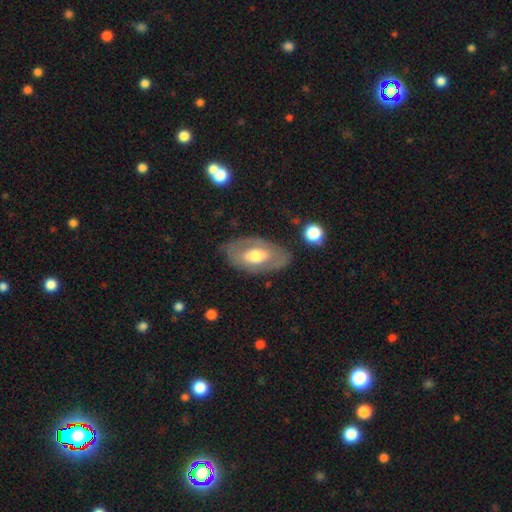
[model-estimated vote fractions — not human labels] Smooth or featured? Predicted: featured or disk (p=0.52). Edge-on disk? Predicted: no (p=0.88). Merging? Predicted: none (p=0.73).